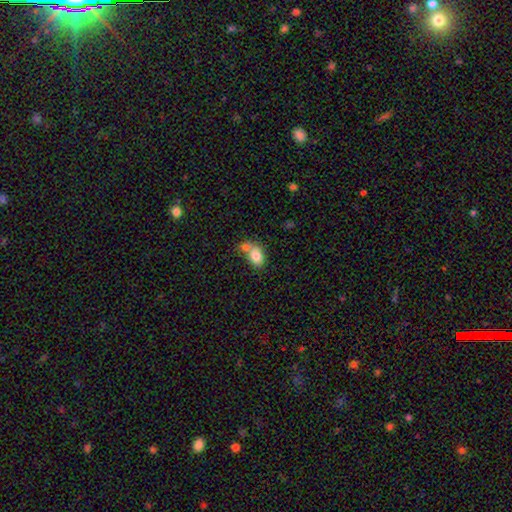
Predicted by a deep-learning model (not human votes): Q: Smooth or featured?
A: smooth (81%); runner-up: featured or disk (11%)
Q: How rounded?
A: in between (78%); runner-up: round (21%)
Q: Merging?
A: merger (48%); runner-up: none (34%)